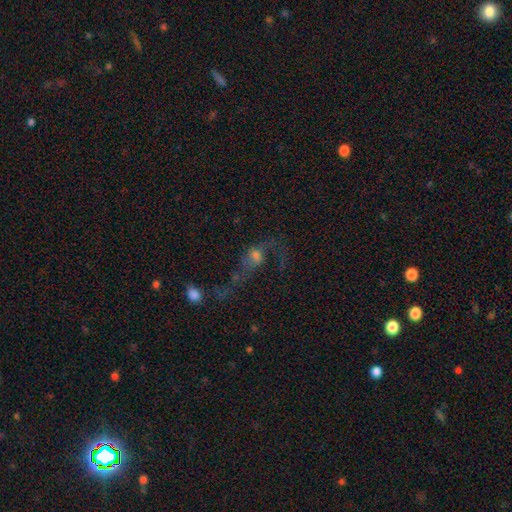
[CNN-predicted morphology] Smooth or featured?
  - featured or disk: 52% *
  - smooth: 28%
  - star or artifact: 20%
Edge-on disk?
  - no: 88% *
  - yes: 12%
Merging?
  - major disturbance: 42% *
  - none: 27%
  - merger: 18%
  - minor disturbance: 13%